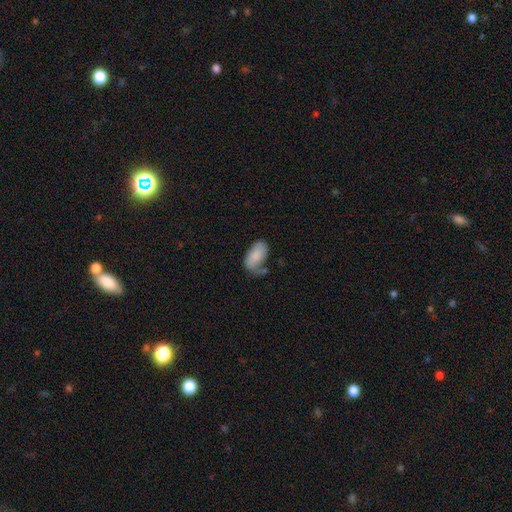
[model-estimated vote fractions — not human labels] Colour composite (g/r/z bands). It shows a smooth galaxy with no disk features (75%) that is in between round and cigar-shaped (94%). Merging: none (44%).